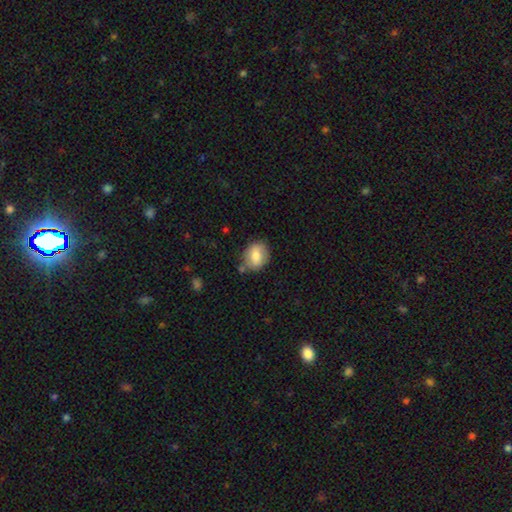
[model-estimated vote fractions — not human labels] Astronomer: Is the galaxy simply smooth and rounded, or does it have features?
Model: smooth — 74%.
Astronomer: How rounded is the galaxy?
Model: in between — 54% (runner-up: round, 45%).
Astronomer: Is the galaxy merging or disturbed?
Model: none — 72%.